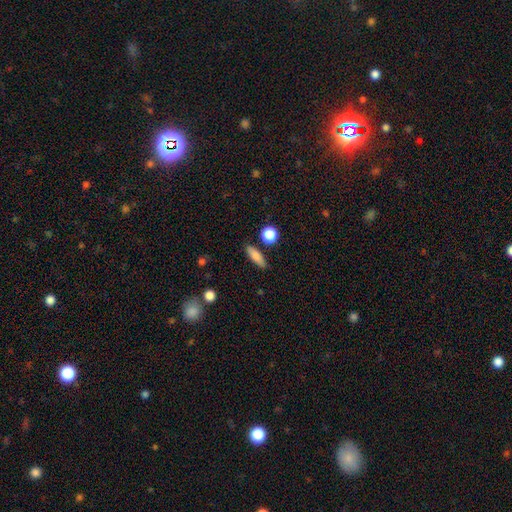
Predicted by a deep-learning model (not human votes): Overall: smooth (81%). How rounded: cigar-shaped (47%, tied with in between). Merging: none (83%).